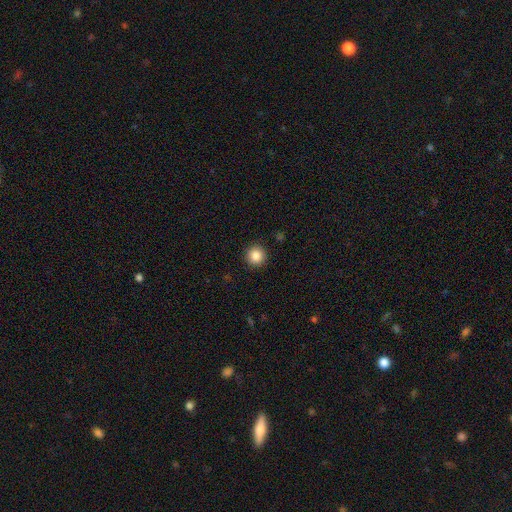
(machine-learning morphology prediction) smooth-or-featured: smooth: 86% | star or artifact: 10% | featured or disk: 5%
  how-rounded: round: 95% | in between: 4% | cigar-shaped: 1%
  merging: none: 92% | minor disturbance: 5% | major disturbance: 2% | merger: 1%